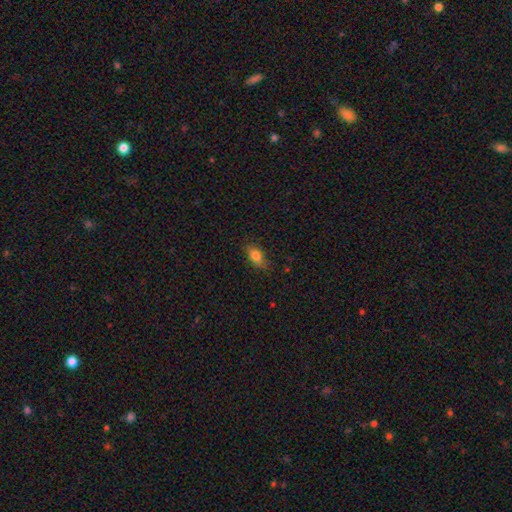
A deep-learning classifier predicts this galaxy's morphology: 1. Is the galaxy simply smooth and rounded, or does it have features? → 82% smooth, 9% star or artifact, 9% featured or disk.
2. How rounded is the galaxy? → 84% in between, 9% round, 7% cigar-shaped.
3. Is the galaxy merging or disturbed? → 78% none, 17% minor disturbance, 4% major disturbance, 1% merger.